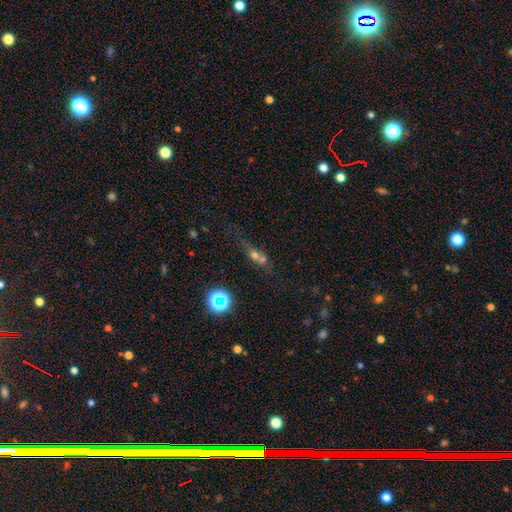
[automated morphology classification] type=smooth (48%); merging=merger (42%).